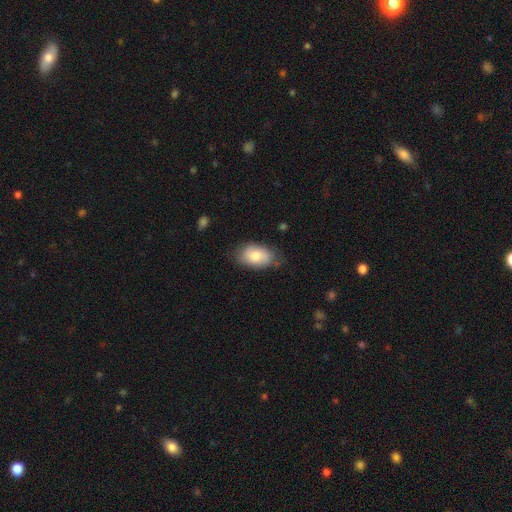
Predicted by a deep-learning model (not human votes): This appears to be a smooth galaxy with no disk features (73%) that is in between round and cigar-shaped (90%). Merging: none (68%).